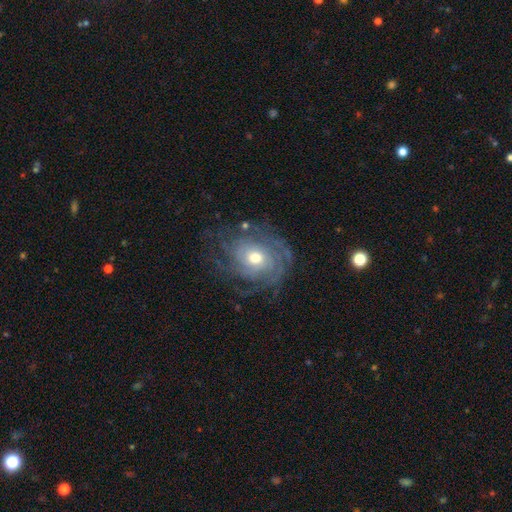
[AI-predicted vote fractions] smooth_or_featured: featured or disk (p=0.76) [alt: smooth p=0.14]
disk_edge_on: no (p=0.96) [alt: yes p=0.04]
bar: no (p=0.76) [alt: weak p=0.19]
has_spiral_arms: yes (p=0.88) [alt: no p=0.12]
spiral_winding: tight (p=0.63) [alt: medium p=0.27]
spiral_arm_count: can't tell (p=0.46) [alt: 3 p=0.16]
bulge_size: moderate (p=0.63) [alt: small p=0.29]
merging: none (p=0.68) [alt: minor disturbance p=0.18]